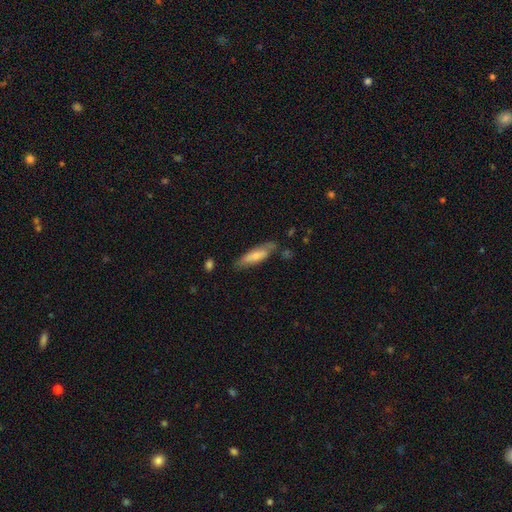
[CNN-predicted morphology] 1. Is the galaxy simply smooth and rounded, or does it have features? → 67% smooth, 27% featured or disk, 6% star or artifact.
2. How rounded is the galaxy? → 59% cigar-shaped, 40% in between, 2% round.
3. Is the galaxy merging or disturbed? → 64% none, 25% minor disturbance, 7% major disturbance, 4% merger.